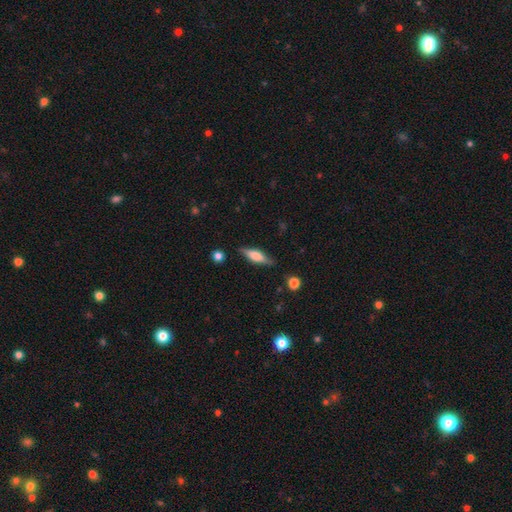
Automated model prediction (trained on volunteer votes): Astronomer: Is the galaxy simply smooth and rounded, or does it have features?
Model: smooth — 50% (runner-up: featured or disk, 43%).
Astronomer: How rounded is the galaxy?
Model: cigar-shaped — 58% (runner-up: in between, 40%).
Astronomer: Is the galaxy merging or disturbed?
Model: none — 83%.